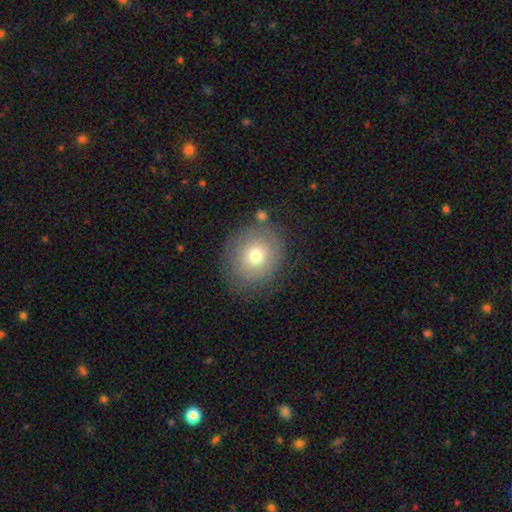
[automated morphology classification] type=smooth (68%); roundness=round (77%); merging=none (75%).